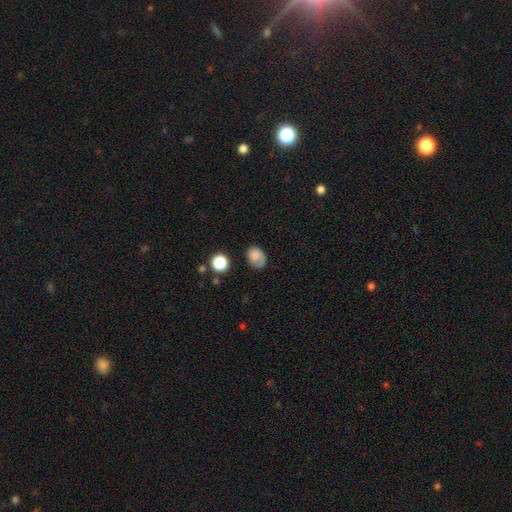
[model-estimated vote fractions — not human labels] A smooth galaxy with no disk features (72%) that is in between round and cigar-shaped (54%).

Vote fractions:
- Smooth or featured? smooth: 72% / featured or disk: 17% / star or artifact: 10%
- How rounded? in between: 54% / round: 45% / cigar-shaped: 1%
- Merging? none: 60% / minor disturbance: 24% / major disturbance: 13% / merger: 3%